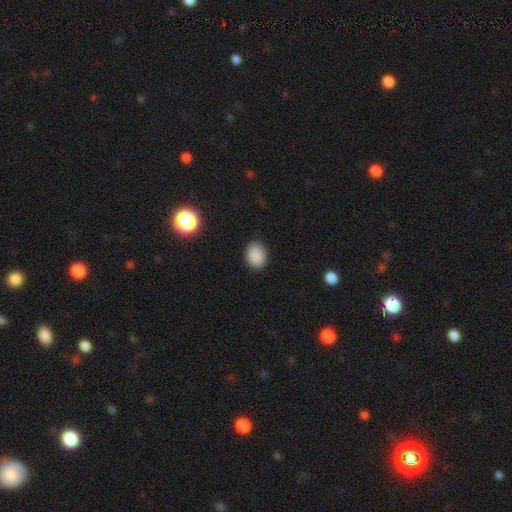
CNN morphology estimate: This is clearly a smooth galaxy (87%). How rounded: likely in between (65%). Merging: clearly none (88%).